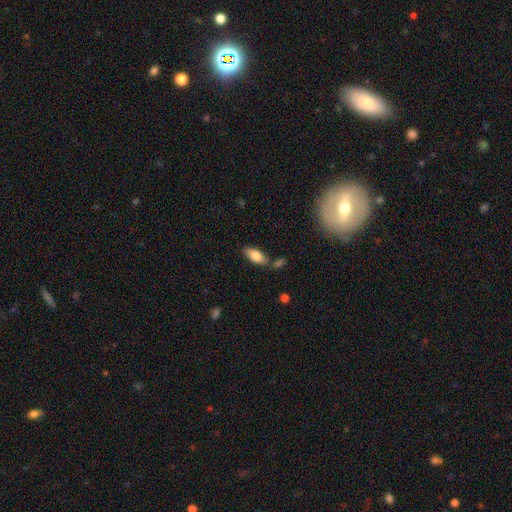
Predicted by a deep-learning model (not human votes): This appears to be a smooth galaxy with no disk features (81%) that is in between round and cigar-shaped (82%). Merging: none (68%).